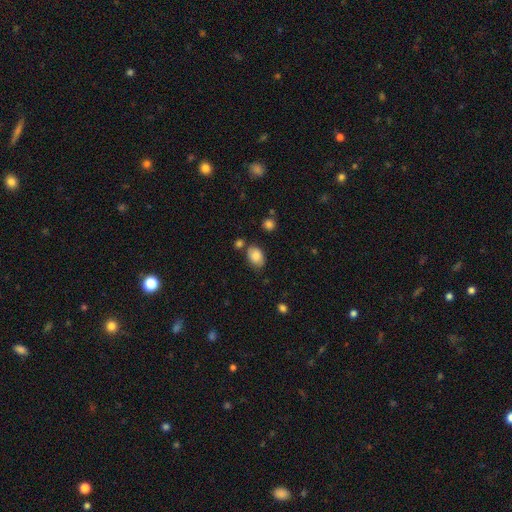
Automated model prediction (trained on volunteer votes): Smooth or featured? smooth (84%)
How rounded? in between (82%)
Merging? none (70%)